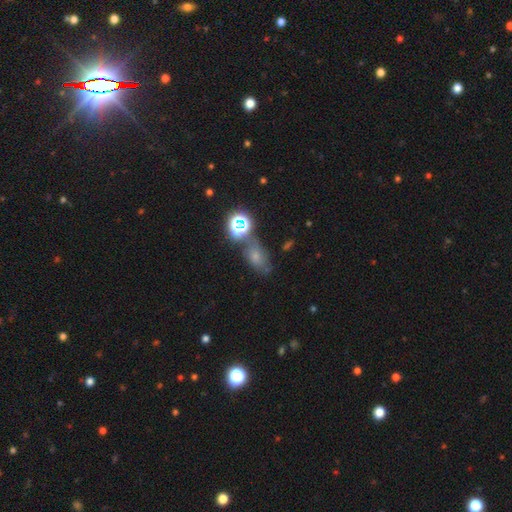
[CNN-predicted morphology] A smooth galaxy with no disk features (51%) that is in between round and cigar-shaped (75%).

Vote fractions:
- Smooth or featured? smooth: 51% / star or artifact: 29% / featured or disk: 20%
- How rounded? in between: 75% / round: 23% / cigar-shaped: 3%
- Merging? none: 53% / minor disturbance: 22% / merger: 15% / major disturbance: 10%